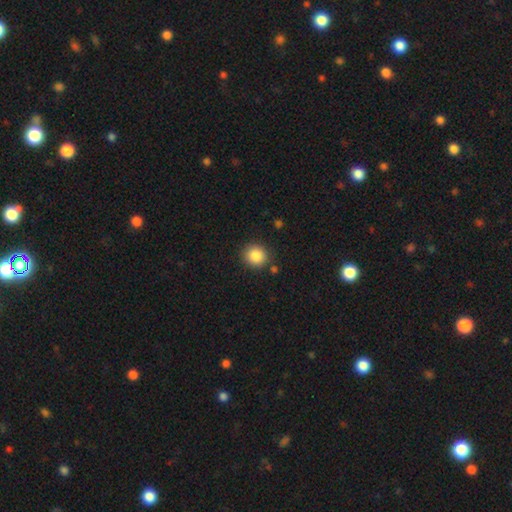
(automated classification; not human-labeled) smooth 86%, star or artifact 9%, featured or disk 4%. Down the decision tree: how rounded — round (86%); merging — none (86%).